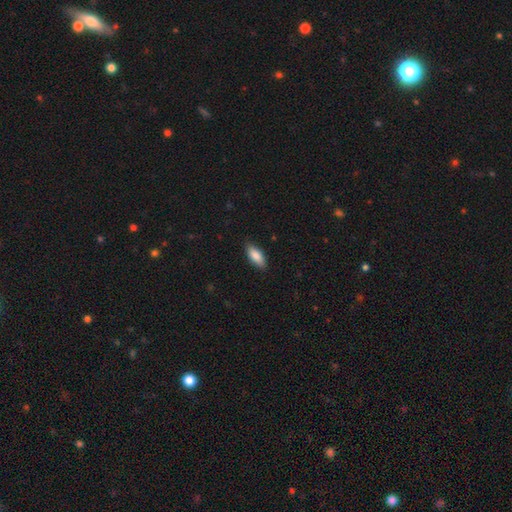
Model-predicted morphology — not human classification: type=smooth (86%); roundness=in between (79%); merging=none (86%).